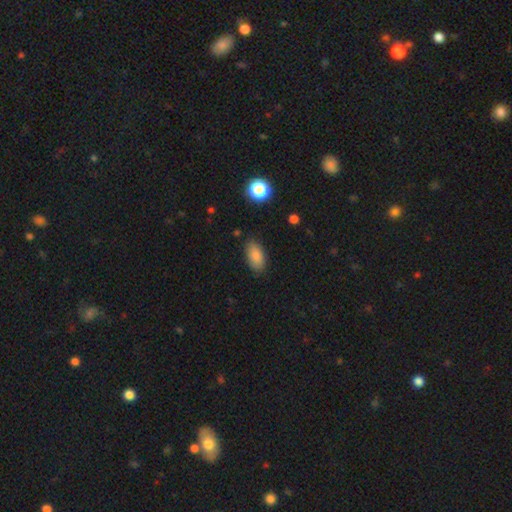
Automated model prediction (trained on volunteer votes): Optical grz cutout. It shows a smooth galaxy with no disk features (85%) that is in between round and cigar-shaped (92%). Merging: none (83%).